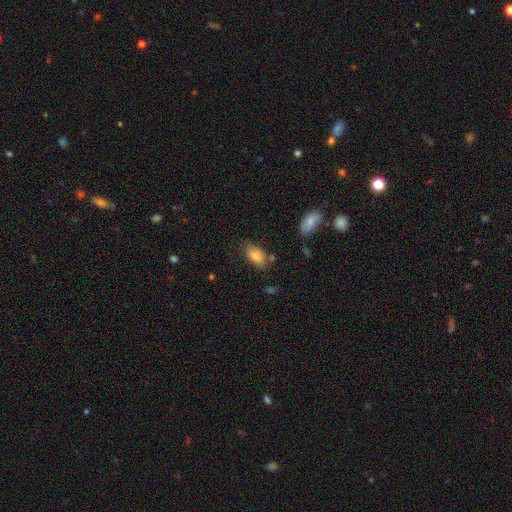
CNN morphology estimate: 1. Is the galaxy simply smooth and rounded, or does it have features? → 82% smooth, 11% featured or disk, 8% star or artifact.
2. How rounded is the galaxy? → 90% in between, 5% cigar-shaped, 4% round.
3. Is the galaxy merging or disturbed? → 69% none, 22% minor disturbance, 5% major disturbance, 5% merger.